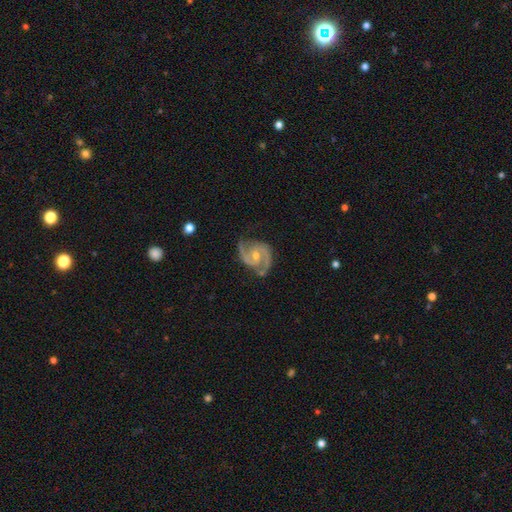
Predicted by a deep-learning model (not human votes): Smooth or featured?
  - featured or disk: 92% *
  - star or artifact: 4%
  - smooth: 3%
Edge-on disk?
  - no: 98% *
  - yes: 2%
Bar?
  - no: 51% *
  - weak: 37%
  - strong: 12%
Spiral arms?
  - yes: 98% *
  - no: 2%
Spiral winding?
  - medium: 57% *
  - tight: 31%
  - loose: 12%
Spiral arm count?
  - 2: 93% *
  - 3: 2%
  - can't tell: 2%
  - 1: 1%
  - 4: 1%
  - more than 4: 1%
Bulge size?
  - moderate: 51% *
  - small: 45%
  - none: 2%
  - large: 1%
  - dominant: 1%
Merging?
  - none: 77% *
  - minor disturbance: 17%
  - major disturbance: 5%
  - merger: 2%